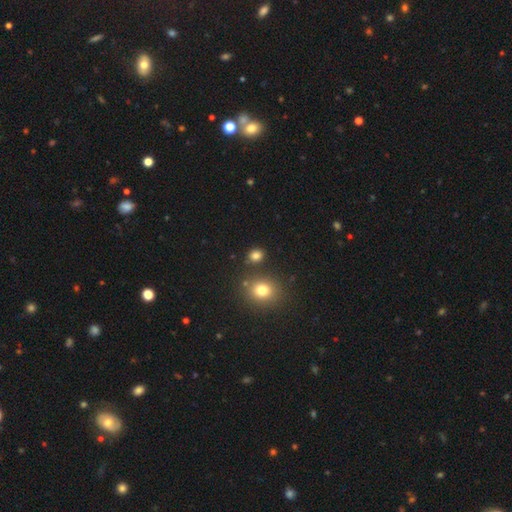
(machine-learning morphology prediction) This is likely a smooth galaxy (80%). How rounded: likely round (65%). Merging: clearly none (81%).